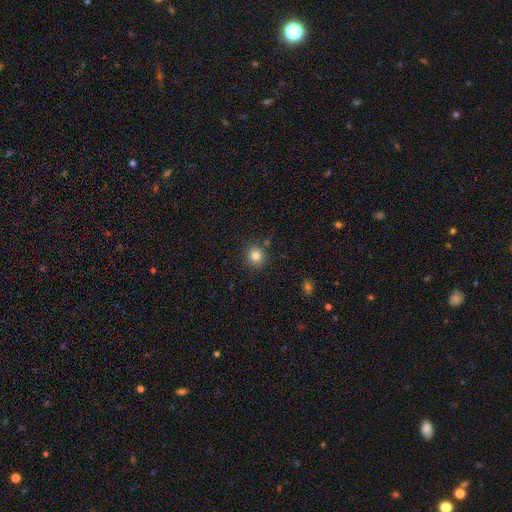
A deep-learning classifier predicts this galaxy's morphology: This appears to be a smooth galaxy with no disk features (81%) that is round (87%). Merging: none (84%).